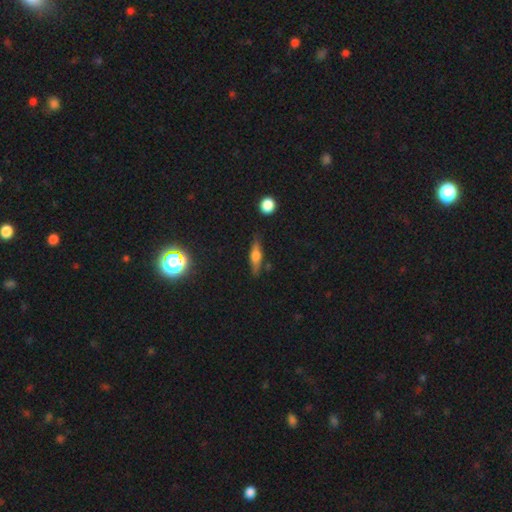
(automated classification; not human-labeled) Smooth or featured? Predicted: featured or disk (p=0.52). Edge-on disk? Predicted: yes (p=0.93). Merging? Predicted: none (p=0.82).